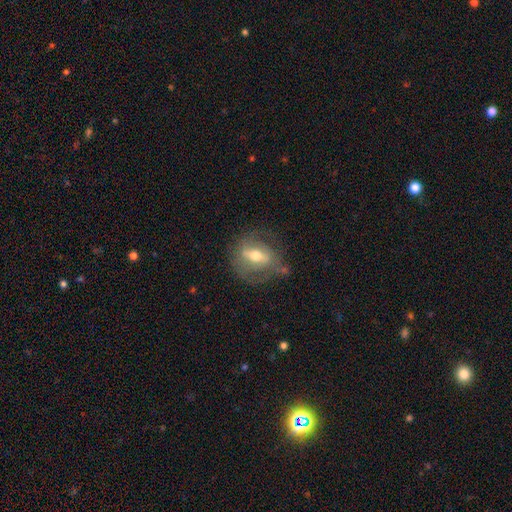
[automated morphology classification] This is likely a featured or disk galaxy (64%). It is clearly not viewed edge-on (80%). Bar: possibly strong (49%). Spiral arm pattern: possibly no (54%). Central bulge: likely moderate (70%). Merging: possibly none (60%).